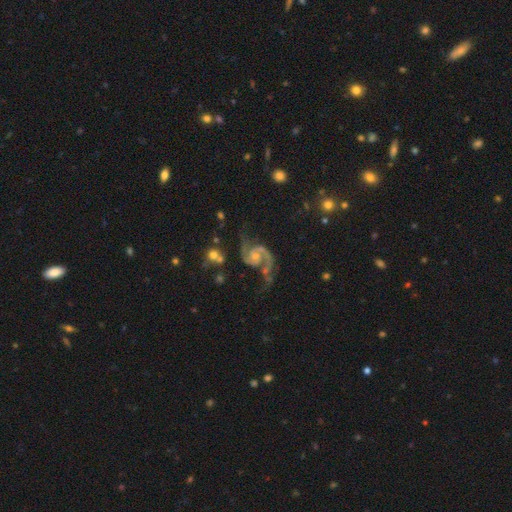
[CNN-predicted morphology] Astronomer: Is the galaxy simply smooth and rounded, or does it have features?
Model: featured or disk — 91%.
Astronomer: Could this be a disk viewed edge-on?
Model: no — 98%.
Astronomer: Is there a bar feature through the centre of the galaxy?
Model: no — 67%.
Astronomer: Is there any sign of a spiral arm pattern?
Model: yes — 98%.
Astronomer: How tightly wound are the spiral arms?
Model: medium — 54% (runner-up: loose, 30%).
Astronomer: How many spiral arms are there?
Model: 2 — 91%.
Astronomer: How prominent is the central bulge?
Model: small — 53% (runner-up: moderate, 37%).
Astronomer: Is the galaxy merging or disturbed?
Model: none — 54%.